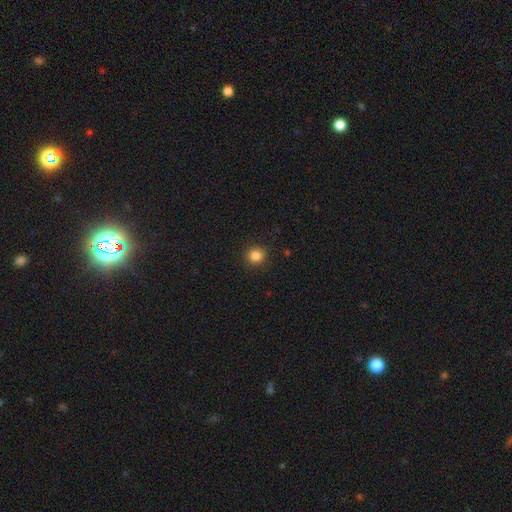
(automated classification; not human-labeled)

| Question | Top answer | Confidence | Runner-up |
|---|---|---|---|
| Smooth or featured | smooth | 85% | star or artifact (12%) |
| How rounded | round | 91% | in between (8%) |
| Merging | none | 91% | minor disturbance (6%) |